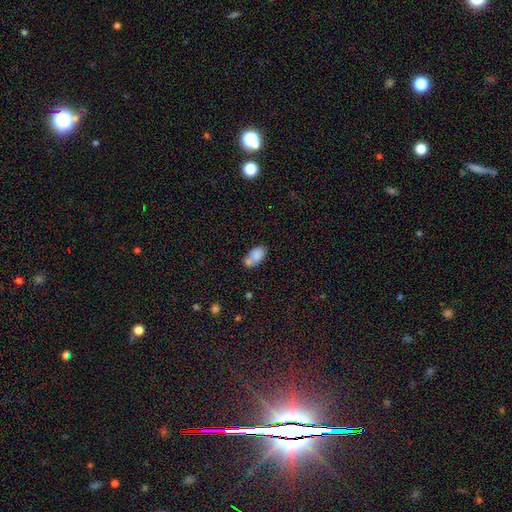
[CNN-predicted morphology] smooth-or-featured: smooth: 80% | featured or disk: 11% | star or artifact: 9%
  how-rounded: in between: 91% | round: 7% | cigar-shaped: 3%
  merging: none: 44% | merger: 32% | minor disturbance: 19% | major disturbance: 6%